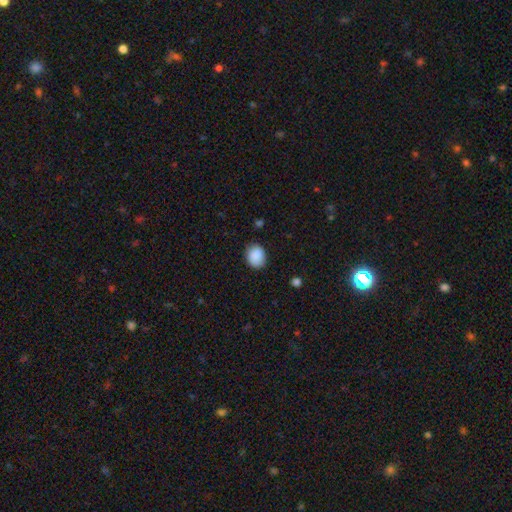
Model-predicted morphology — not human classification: This appears to be a smooth galaxy with no disk features (89%) that is round (53%). Merging: none (81%).